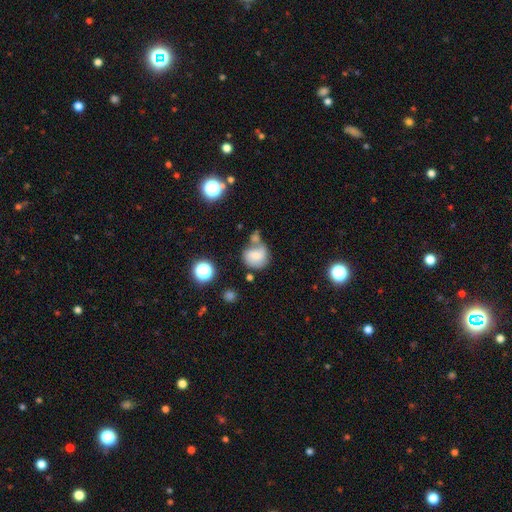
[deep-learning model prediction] smooth-or-featured: smooth: 63% | featured or disk: 25% | star or artifact: 12%
  how-rounded: round: 73% | in between: 26% | cigar-shaped: 1%
  merging: none: 37% | merger: 35% | minor disturbance: 18% | major disturbance: 10%